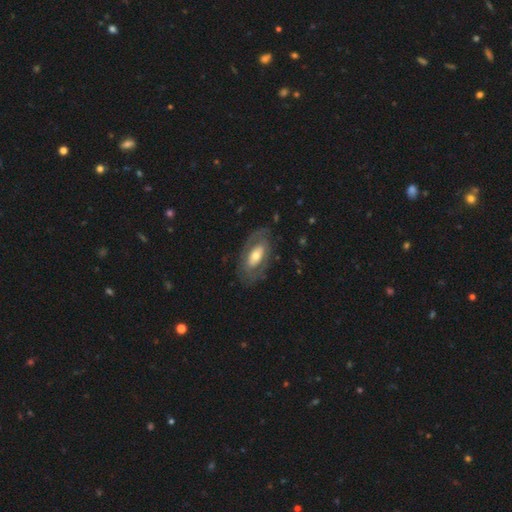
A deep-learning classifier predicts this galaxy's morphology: smooth_or_featured: featured or disk (p=0.58) [alt: smooth p=0.37]
disk_edge_on: no (p=0.89) [alt: yes p=0.11]
bar: no (p=0.62) [alt: weak p=0.22]
has_spiral_arms: no (p=0.61) [alt: yes p=0.39]
bulge_size: moderate (p=0.57) [alt: small p=0.24]
merging: none (p=0.75) [alt: minor disturbance p=0.14]